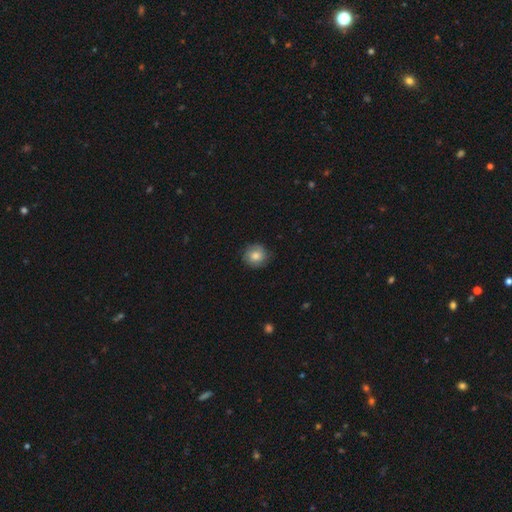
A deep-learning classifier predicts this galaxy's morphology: A smooth galaxy with no disk features (75%) that is round (89%).

Vote fractions:
- Smooth or featured? smooth: 75% / featured or disk: 17% / star or artifact: 8%
- How rounded? round: 89% / in between: 10% / cigar-shaped: 1%
- Merging? none: 84% / minor disturbance: 13% / major disturbance: 3% / merger: 1%